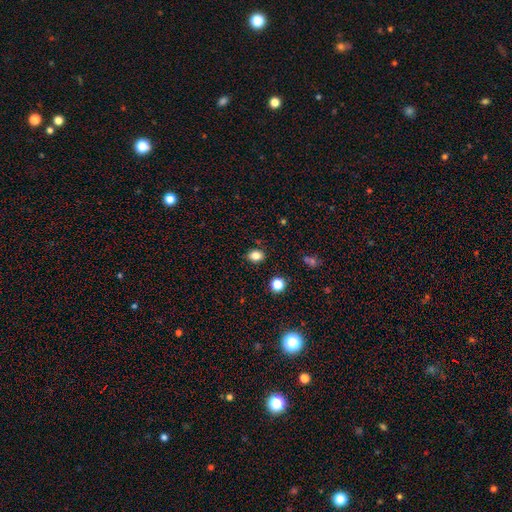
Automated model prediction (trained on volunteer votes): Smooth or featured: smooth — 83% (star or artifact — 12%)
How rounded: in between — 61% (round — 38%)
Merging: none — 86% (minor disturbance — 10%)